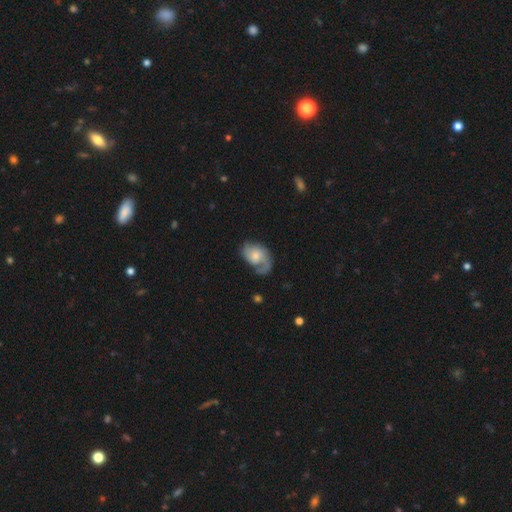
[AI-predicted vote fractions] A featured or disk galaxy (61%) with no bar (72%), 1 (57%) loose (40%) spiral arms (86%) and a moderate central bulge (42%, tied with small). Merging: none (42%).